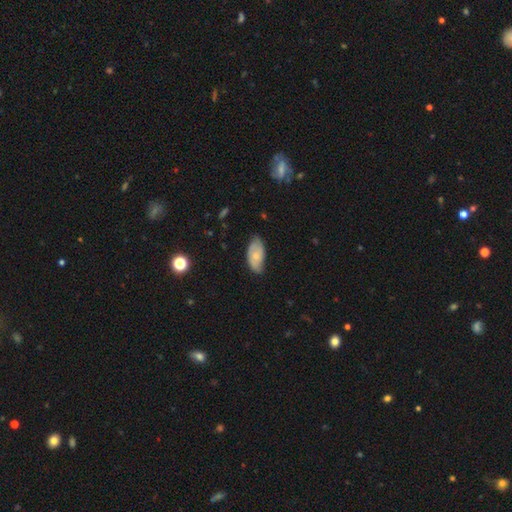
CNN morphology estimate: A smooth galaxy with no disk features (60%) that is in between round and cigar-shaped (93%). Merging: none (64%).